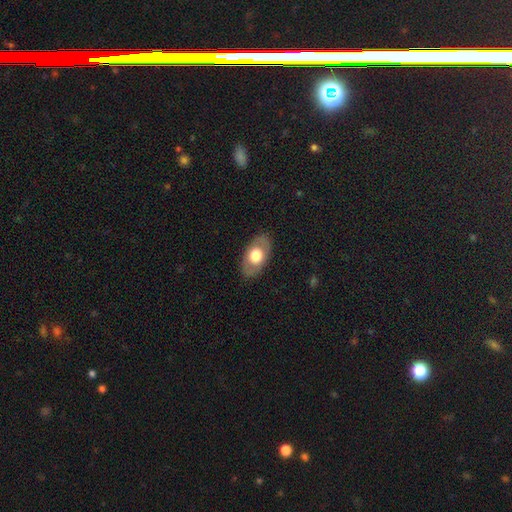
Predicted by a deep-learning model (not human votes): smooth_or_featured: smooth (p=0.55) [alt: featured or disk p=0.39]
how_rounded: in between (p=0.90) [alt: round p=0.09]
merging: none (p=0.85) [alt: minor disturbance p=0.10]